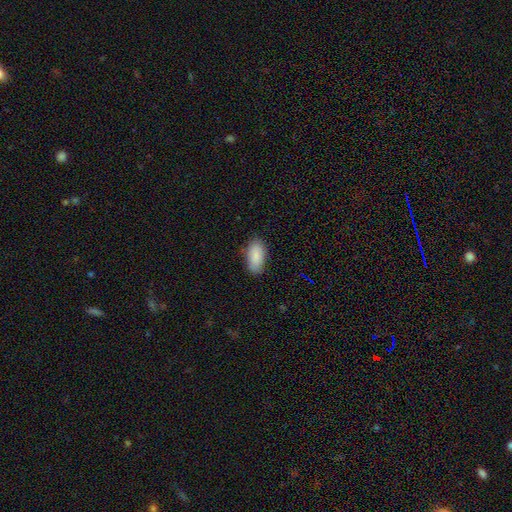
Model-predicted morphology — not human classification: Smooth or featured?
  - smooth: 88% *
  - star or artifact: 6%
  - featured or disk: 6%
How rounded?
  - in between: 92% *
  - cigar-shaped: 6%
  - round: 2%
Merging?
  - none: 81% *
  - minor disturbance: 15%
  - major disturbance: 3%
  - merger: 1%